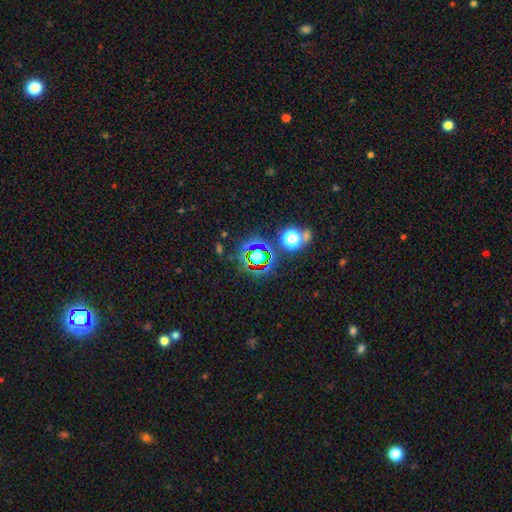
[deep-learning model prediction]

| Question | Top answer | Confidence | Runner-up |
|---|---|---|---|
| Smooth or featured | star or artifact | 64% | smooth (24%) |